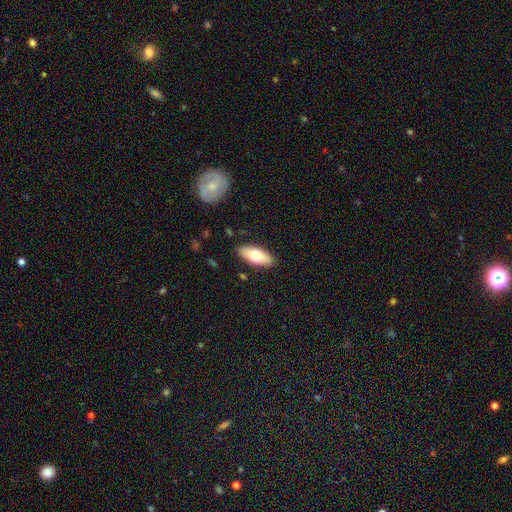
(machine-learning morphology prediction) Smooth or featured: smooth — 71% (featured or disk — 23%)
How rounded: in between — 83% (cigar-shaped — 14%)
Merging: none — 88% (minor disturbance — 9%)